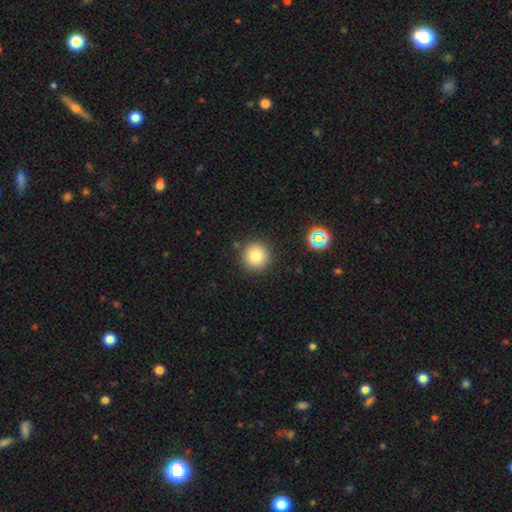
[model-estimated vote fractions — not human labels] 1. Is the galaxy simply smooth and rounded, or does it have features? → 80% smooth, 12% star or artifact, 8% featured or disk.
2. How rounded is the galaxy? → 95% round, 4% in between, 1% cigar-shaped.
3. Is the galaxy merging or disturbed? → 88% none, 7% minor disturbance, 2% merger, 2% major disturbance.